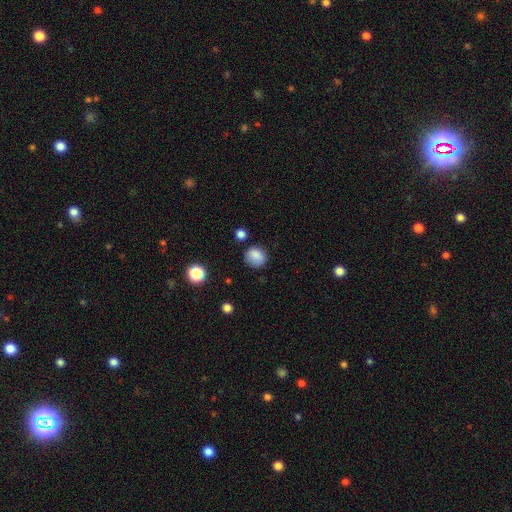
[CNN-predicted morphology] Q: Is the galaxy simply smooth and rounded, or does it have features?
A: smooth — 84%.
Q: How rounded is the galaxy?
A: round — 81%.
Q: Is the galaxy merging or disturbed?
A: none — 78%.